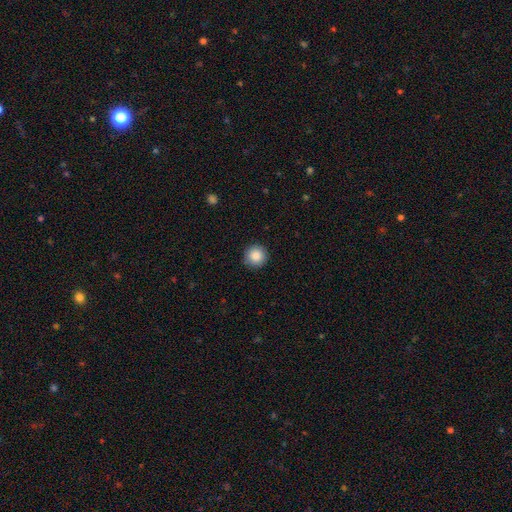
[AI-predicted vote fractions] This is clearly a smooth galaxy (87%). How rounded: clearly round (96%). Merging: clearly none (91%).